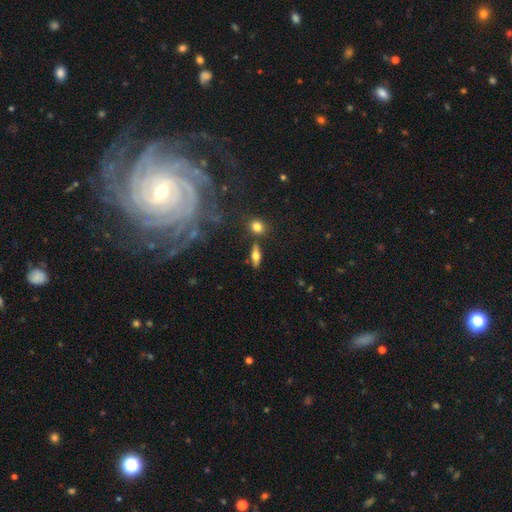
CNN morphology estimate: Q: Smooth or featured?
A: smooth (48%); runner-up: featured or disk (43%)
Q: Merging?
A: none (79%); runner-up: minor disturbance (11%)